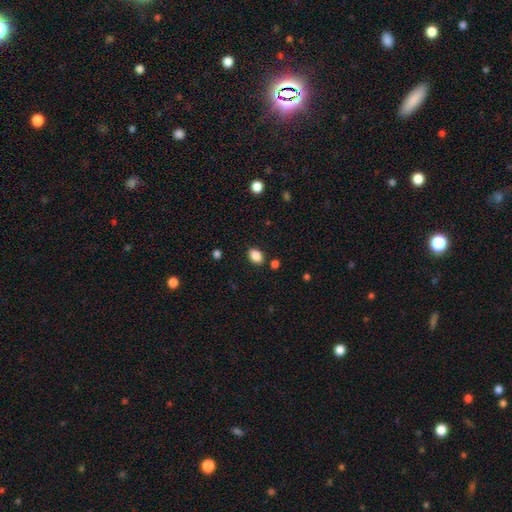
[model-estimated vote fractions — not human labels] Q: Smooth or featured?
A: smooth (87%); runner-up: star or artifact (9%)
Q: How rounded?
A: in between (78%); runner-up: round (21%)
Q: Merging?
A: none (83%); runner-up: minor disturbance (11%)